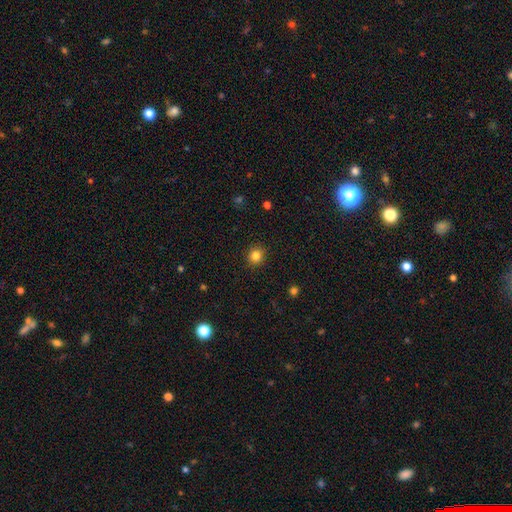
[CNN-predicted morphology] Smooth or featured? Predicted: smooth (p=0.83). How rounded? Predicted: round (p=0.88). Merging? Predicted: none (p=0.91).